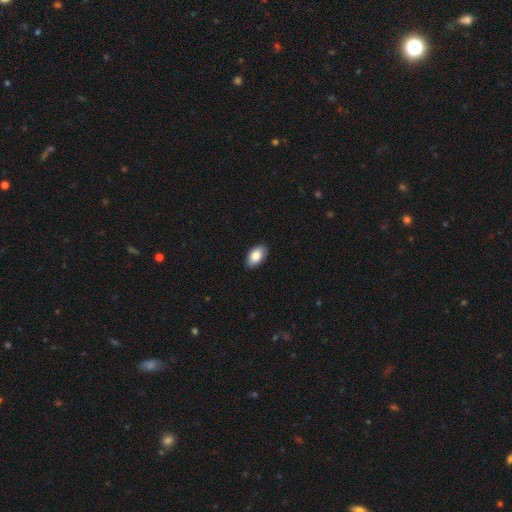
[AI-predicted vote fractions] Morphology: type=smooth (85%); roundness=in between (94%); merging=none (86%).